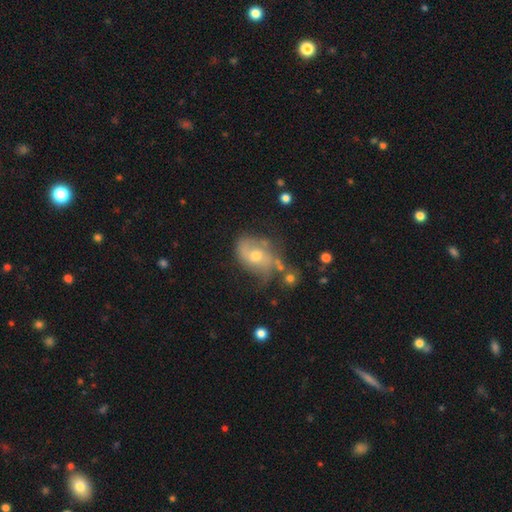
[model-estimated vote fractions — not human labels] This is possibly a featured or disk galaxy (58%). It is clearly not viewed edge-on (95%). Bar: likely no (67%). Spiral arm pattern: likely yes (76%). Central bulge: likely moderate (66%). Merging: possibly none (48%).